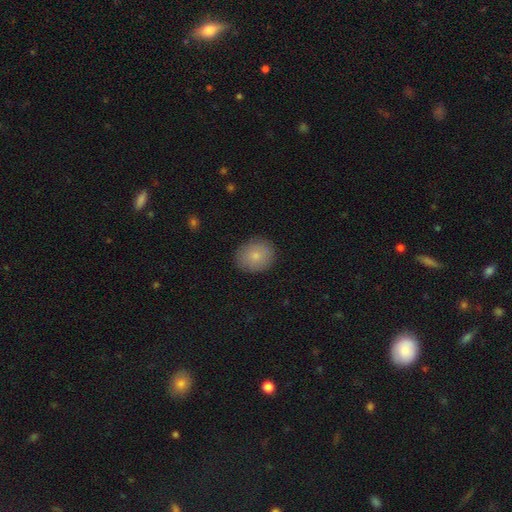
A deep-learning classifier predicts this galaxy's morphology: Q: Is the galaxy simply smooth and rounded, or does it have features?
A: smooth — 82%.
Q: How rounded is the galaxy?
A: round — 67%.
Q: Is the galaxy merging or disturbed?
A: none — 88%.